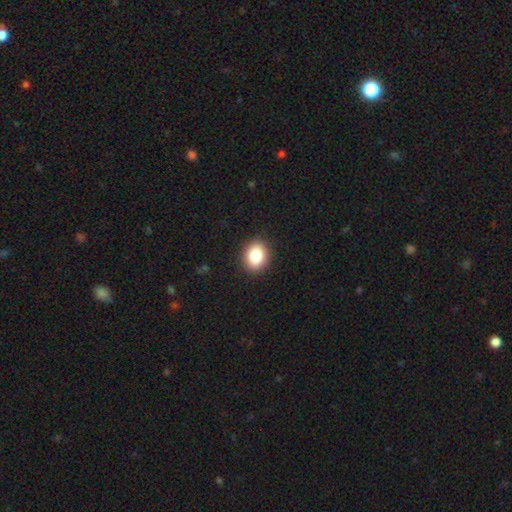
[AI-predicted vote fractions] Smooth or featured?
  - smooth: 85% *
  - star or artifact: 9%
  - featured or disk: 6%
How rounded?
  - in between: 54% *
  - round: 45%
  - cigar-shaped: 1%
Merging?
  - none: 90% *
  - minor disturbance: 7%
  - major disturbance: 2%
  - merger: 1%